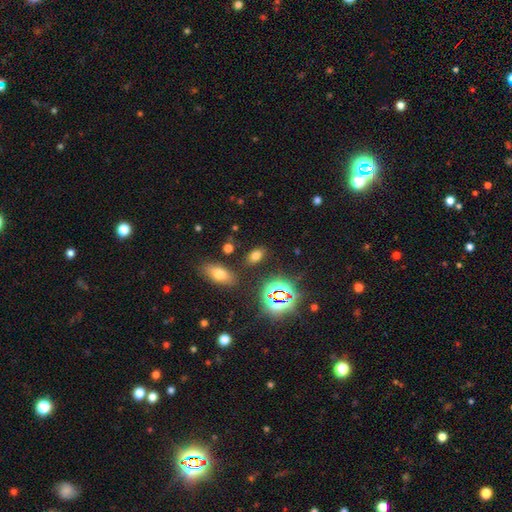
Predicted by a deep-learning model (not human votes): The model was most divided on "smooth or featured": smooth: 65%, star or artifact: 27%, featured or disk: 8%. More confident: how rounded — in between (87%); merging — none (84%).